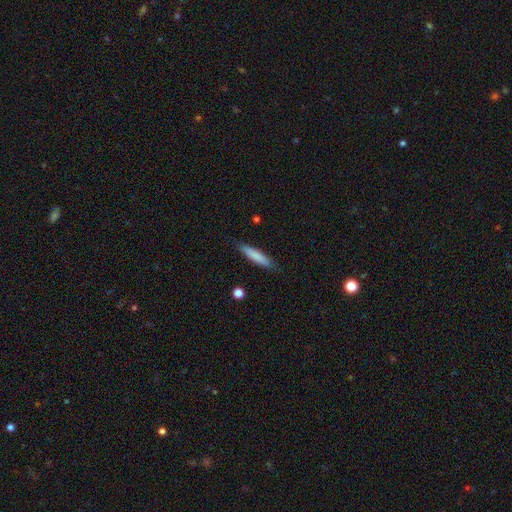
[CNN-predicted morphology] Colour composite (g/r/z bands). It shows a smooth galaxy with no disk features (80%) that is cigar-shaped (84%). Merging: none (85%).